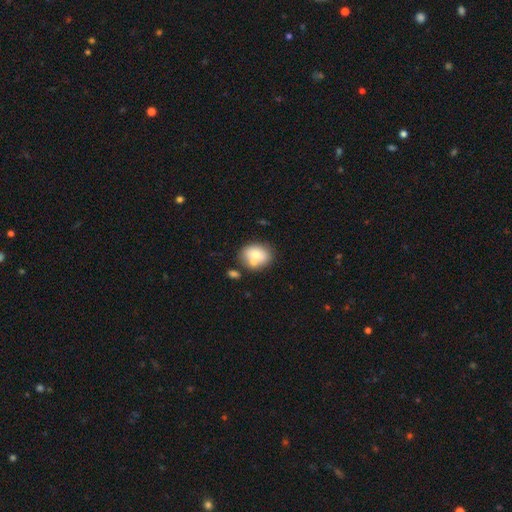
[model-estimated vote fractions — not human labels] This is likely a smooth galaxy (74%). How rounded: possibly in between (55%). Merging: possibly none (57%).